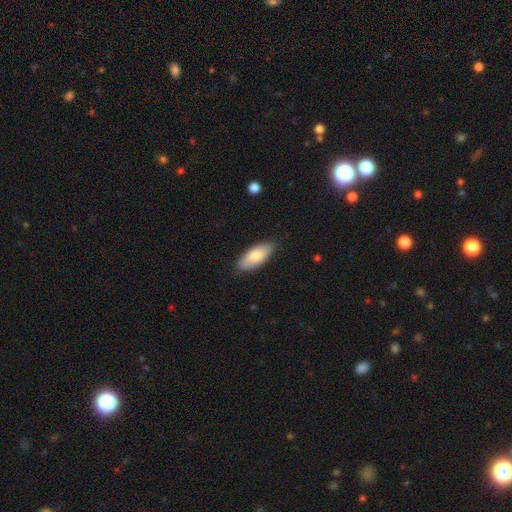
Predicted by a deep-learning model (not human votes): A smooth galaxy with no disk features (78%) that is in between round and cigar-shaped (84%). Merging: none (81%).